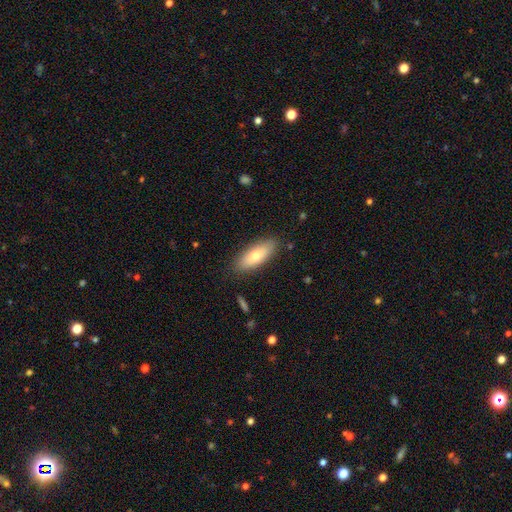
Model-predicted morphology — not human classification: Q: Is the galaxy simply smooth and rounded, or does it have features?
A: smooth — 69%.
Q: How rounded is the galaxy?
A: in between — 71%.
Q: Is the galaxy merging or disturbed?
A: none — 85%.